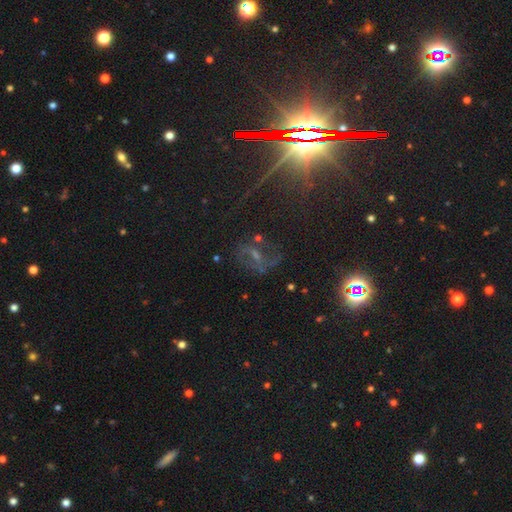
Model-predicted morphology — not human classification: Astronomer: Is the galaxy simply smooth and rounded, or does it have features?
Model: featured or disk — 49% (runner-up: star or artifact, 36%).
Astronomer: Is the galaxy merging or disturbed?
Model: none — 56%.